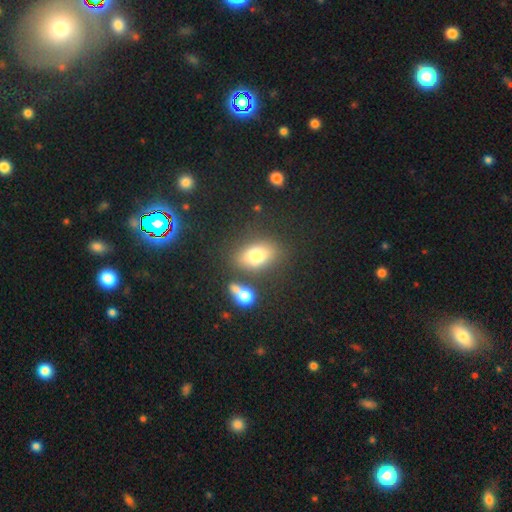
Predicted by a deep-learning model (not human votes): Overall: smooth (74%). How rounded: in between (78%). Merging: none (69%).